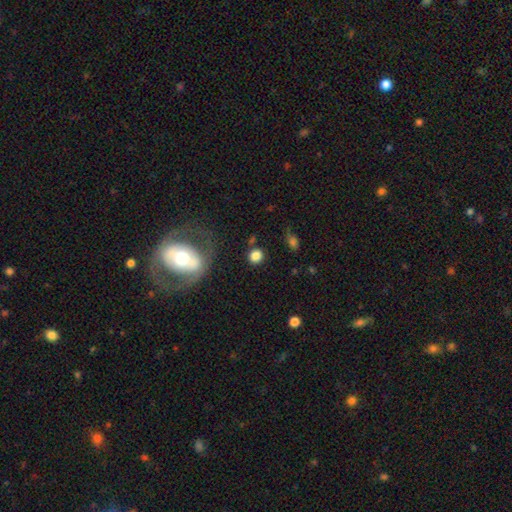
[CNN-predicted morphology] smooth_or_featured: smooth (p=0.83) [alt: star or artifact p=0.10]
how_rounded: round (p=0.85) [alt: in between p=0.14]
merging: none (p=0.81) [alt: minor disturbance p=0.09]